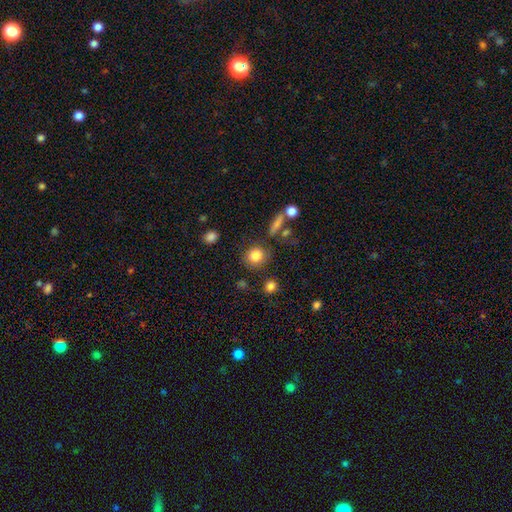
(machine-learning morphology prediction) smooth 83%, star or artifact 10%, featured or disk 7%. Down the decision tree: how rounded — round (85%); merging — none (77%).